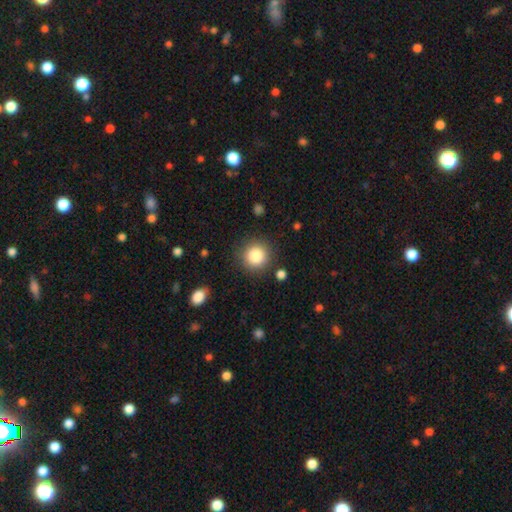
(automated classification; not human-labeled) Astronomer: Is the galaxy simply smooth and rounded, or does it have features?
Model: smooth — 84%.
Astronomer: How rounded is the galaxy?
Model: round — 93%.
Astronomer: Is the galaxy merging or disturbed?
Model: none — 88%.